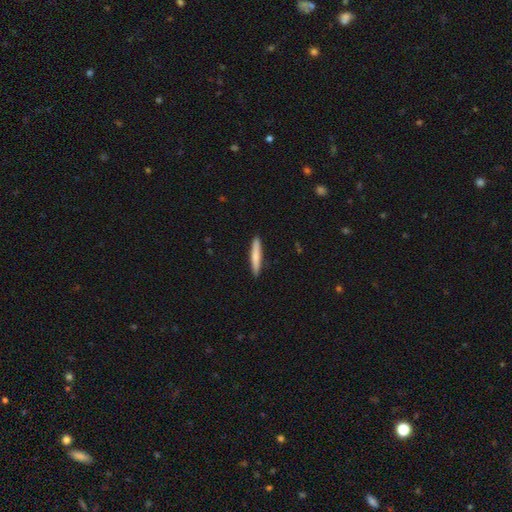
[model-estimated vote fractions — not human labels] Morphology: type=smooth (72%); roundness=cigar-shaped (95%); merging=none (91%).